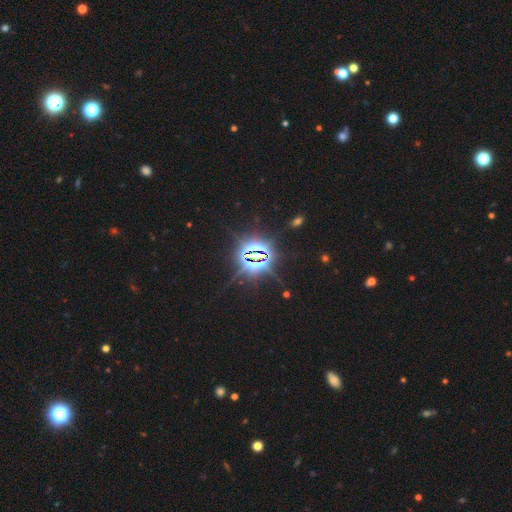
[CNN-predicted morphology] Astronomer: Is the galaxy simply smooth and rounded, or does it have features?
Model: star or artifact — 86%.